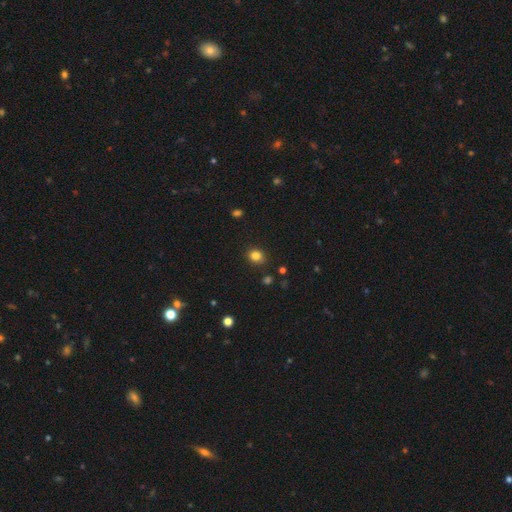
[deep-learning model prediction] A smooth galaxy with no disk features (83%) that is round (64%). Merging: none (86%).